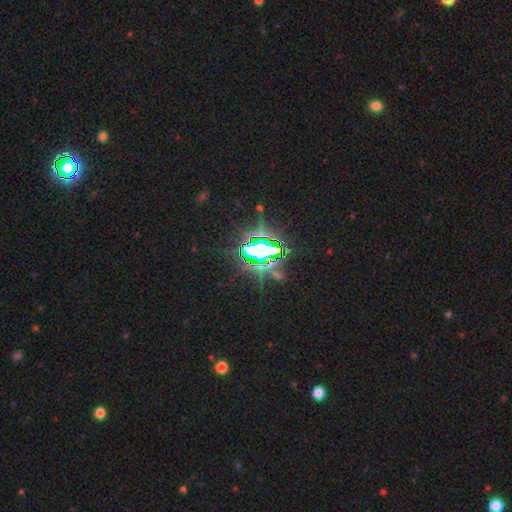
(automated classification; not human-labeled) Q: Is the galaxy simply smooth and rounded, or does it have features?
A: star or artifact — 80%.